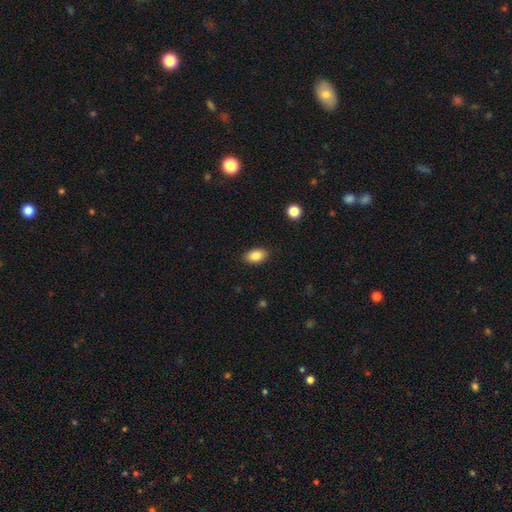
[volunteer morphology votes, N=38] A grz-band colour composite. It shows a smooth galaxy with no disk features (92%) that is in between round and cigar-shaped (83%). Merging: none (86%).